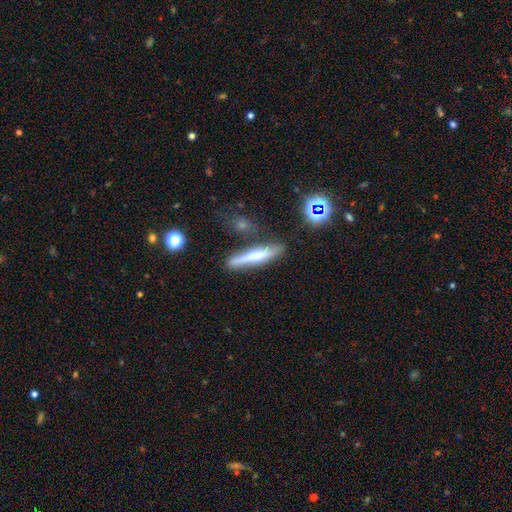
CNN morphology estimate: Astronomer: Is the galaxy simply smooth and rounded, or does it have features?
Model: smooth — 55% (runner-up: featured or disk, 37%).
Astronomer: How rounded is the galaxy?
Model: cigar-shaped — 88%.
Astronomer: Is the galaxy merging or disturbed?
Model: none — 71%.